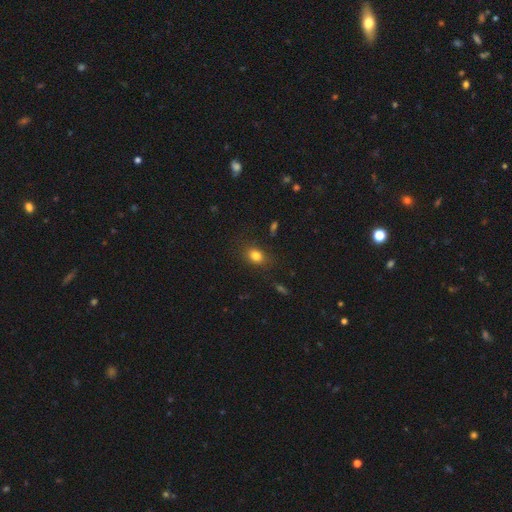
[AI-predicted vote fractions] Morphology: type=smooth (81%); roundness=in between (61%); merging=none (82%).